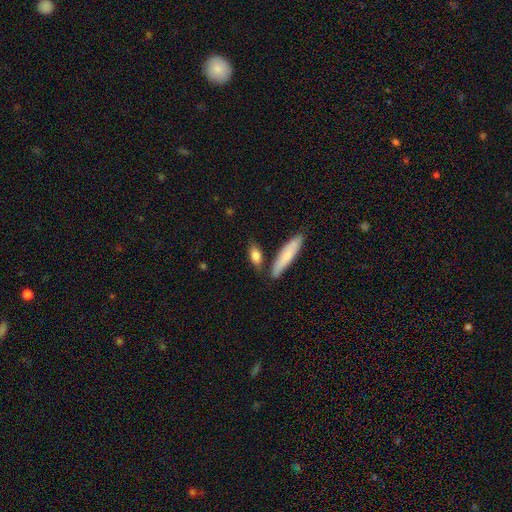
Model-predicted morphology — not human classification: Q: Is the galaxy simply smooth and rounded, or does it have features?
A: smooth — 78%.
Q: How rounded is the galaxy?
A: in between — 59%.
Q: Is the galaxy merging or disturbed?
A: none — 71%.